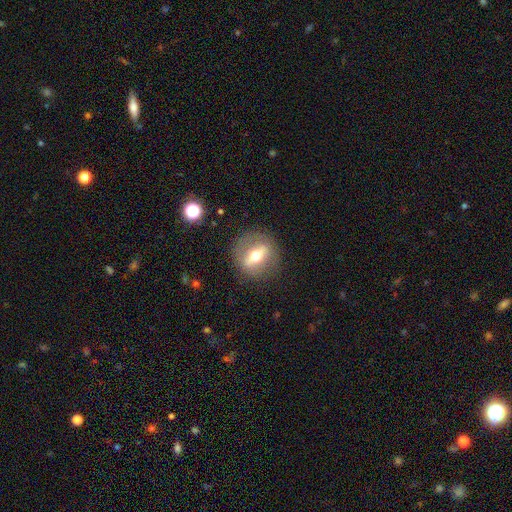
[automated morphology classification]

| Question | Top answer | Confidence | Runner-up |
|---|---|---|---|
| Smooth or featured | featured or disk | 57% | smooth (34%) |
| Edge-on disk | no | 61% | yes (39%) |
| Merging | none | 84% | minor disturbance (10%) |